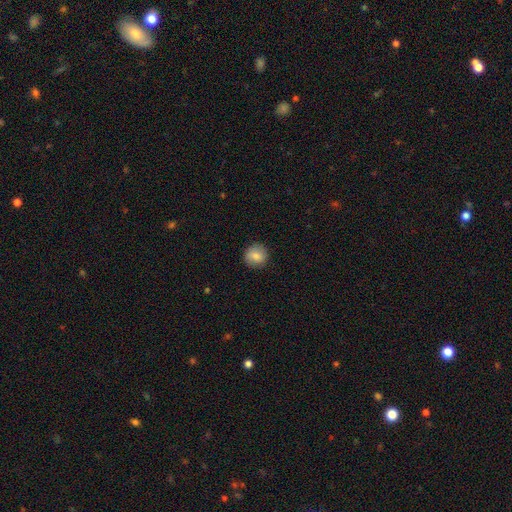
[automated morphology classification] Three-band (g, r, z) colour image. It shows a smooth galaxy with no disk features (82%) that is round (89%). Merging: none (88%).